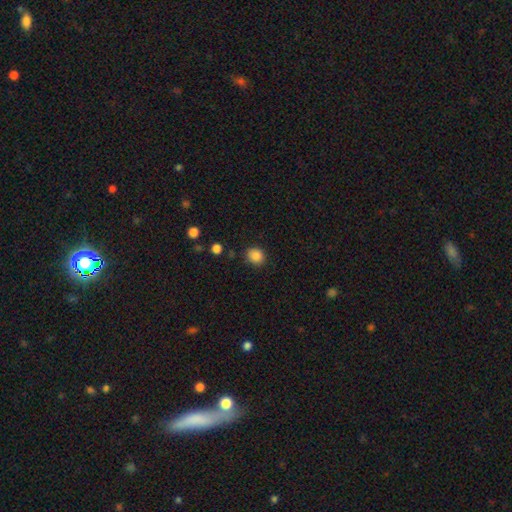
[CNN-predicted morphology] This appears to be a smooth galaxy with no disk features (86%) that is round (71%). Merging: none (85%).